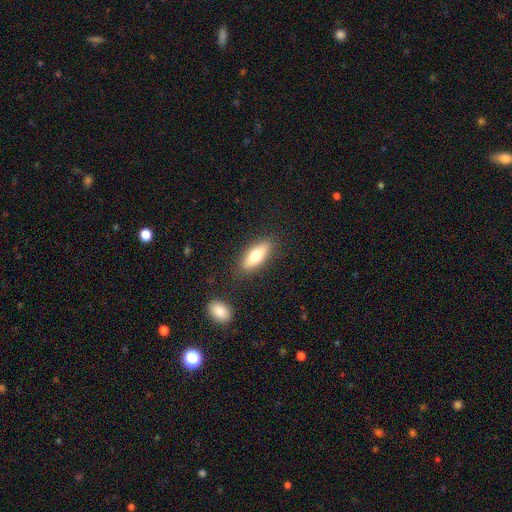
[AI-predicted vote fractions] Smooth or featured?
  - smooth: 70% *
  - featured or disk: 24%
  - star or artifact: 6%
How rounded?
  - in between: 63% *
  - cigar-shaped: 34%
  - round: 3%
Merging?
  - none: 84% *
  - minor disturbance: 10%
  - merger: 3%
  - major disturbance: 3%